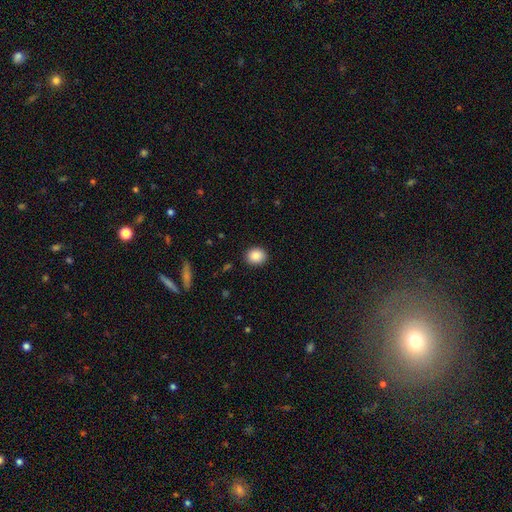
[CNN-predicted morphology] Overall: smooth (88%). How rounded: round (64%; in between 35%). Merging: none (90%).